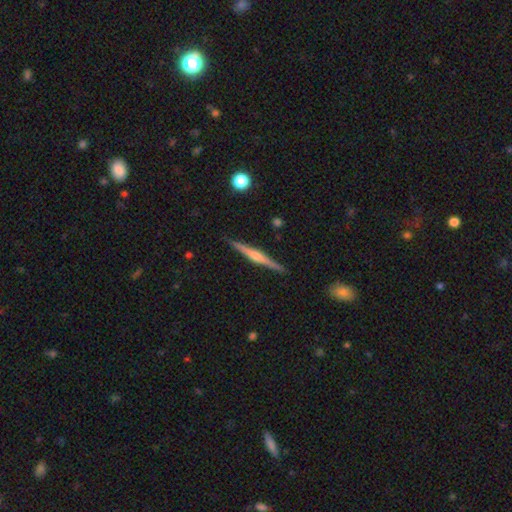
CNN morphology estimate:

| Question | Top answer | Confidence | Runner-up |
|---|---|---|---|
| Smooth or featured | featured or disk | 77% | smooth (18%) |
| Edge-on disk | yes | 98% | no (2%) |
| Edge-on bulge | rounded | 82% | boxy (9%) |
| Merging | none | 92% | minor disturbance (6%) |